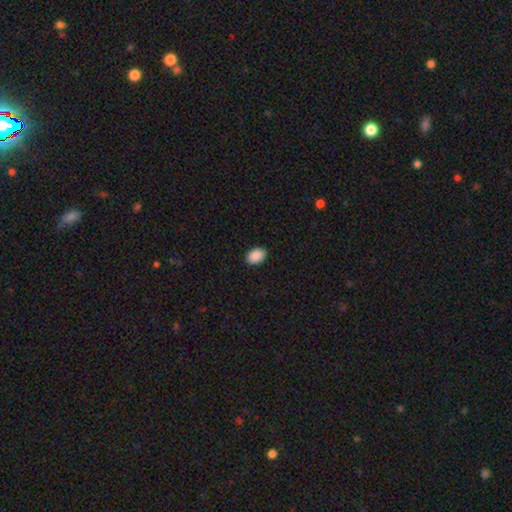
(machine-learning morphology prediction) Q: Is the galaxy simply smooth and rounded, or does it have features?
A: smooth — 90%.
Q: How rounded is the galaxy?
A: in between — 83%.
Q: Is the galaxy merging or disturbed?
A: none — 89%.